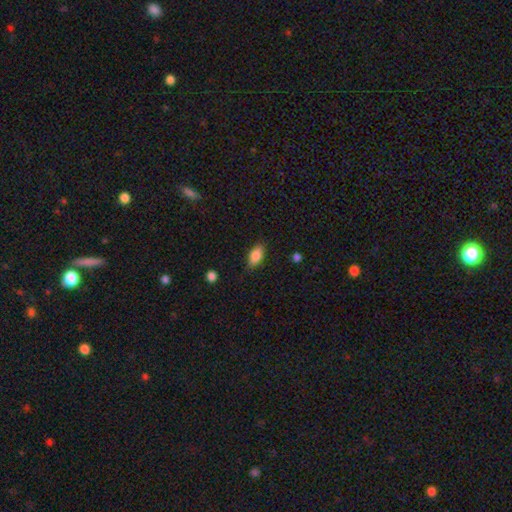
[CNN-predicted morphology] Q: Smooth or featured?
A: smooth (84%); runner-up: featured or disk (9%)
Q: How rounded?
A: in between (89%); runner-up: cigar-shaped (7%)
Q: Merging?
A: none (84%); runner-up: minor disturbance (12%)